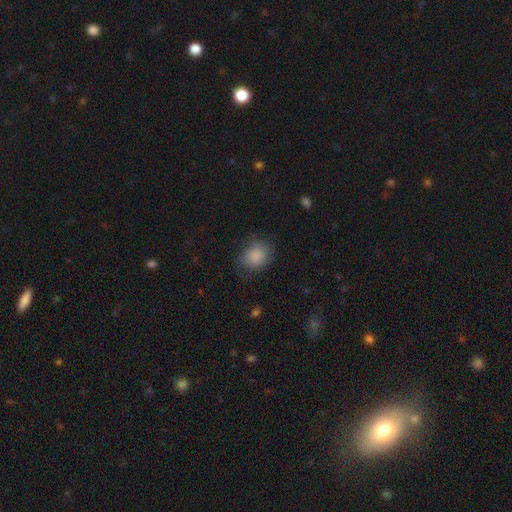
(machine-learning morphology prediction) Smooth or featured? smooth (86%)
How rounded? round (63%)
Merging? none (73%)